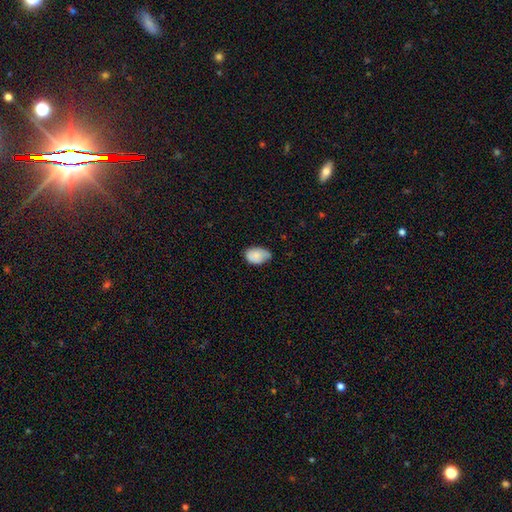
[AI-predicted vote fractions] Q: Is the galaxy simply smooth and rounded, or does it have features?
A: smooth — 79%.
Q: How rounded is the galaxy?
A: in between — 84%.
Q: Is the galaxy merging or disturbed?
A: none — 50%.